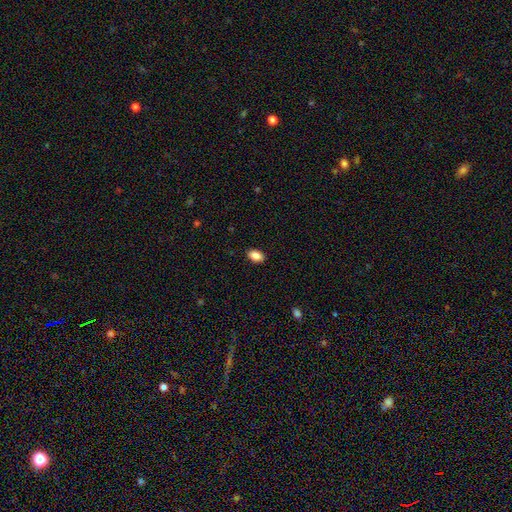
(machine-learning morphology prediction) Smooth or featured? Predicted: smooth (p=0.88). How rounded? Predicted: in between (p=0.90). Merging? Predicted: none (p=0.89).